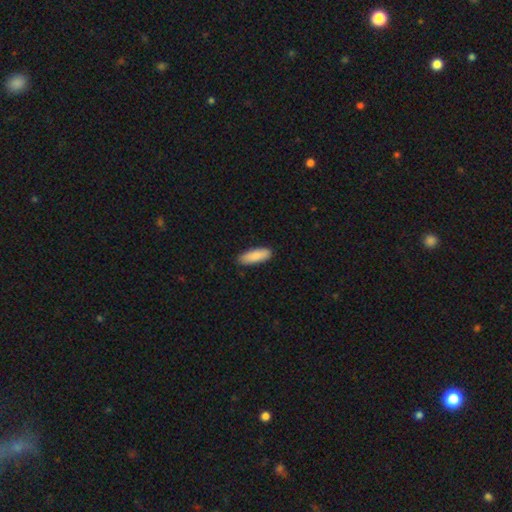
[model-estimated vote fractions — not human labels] This is clearly a smooth galaxy (89%). How rounded: likely in between (62%). Merging: clearly none (88%).